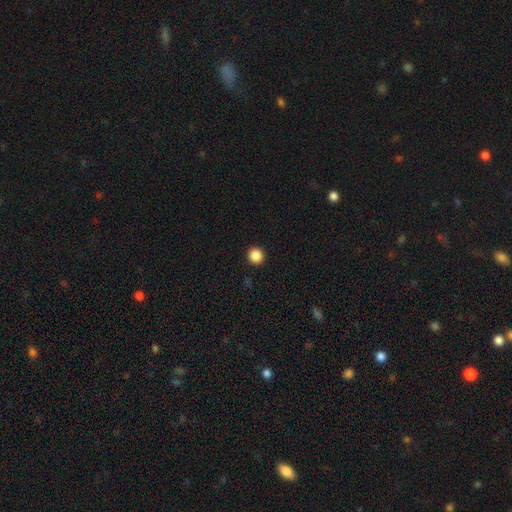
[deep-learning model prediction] Smooth or featured?
  - smooth: 88% *
  - star or artifact: 10%
  - featured or disk: 2%
How rounded?
  - round: 94% *
  - in between: 5%
  - cigar-shaped: 1%
Merging?
  - none: 94% *
  - minor disturbance: 4%
  - major disturbance: 1%
  - merger: 1%